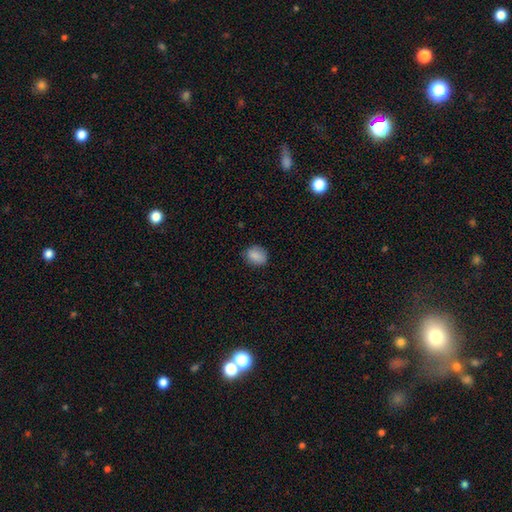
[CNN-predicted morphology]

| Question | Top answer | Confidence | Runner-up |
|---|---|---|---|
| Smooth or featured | smooth | 87% | star or artifact (9%) |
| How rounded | round | 51% | in between (48%) |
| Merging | none | 79% | minor disturbance (16%) |